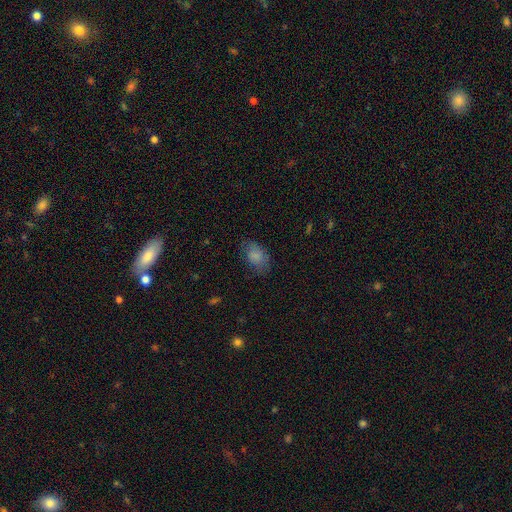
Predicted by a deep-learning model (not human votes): Overall: smooth (82%). How rounded: in between (88%). Merging: none (69%).